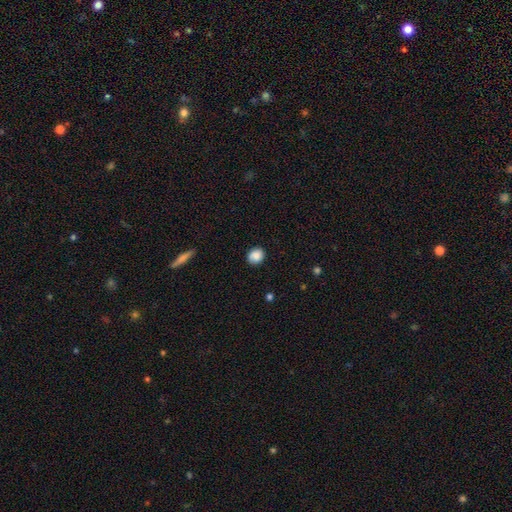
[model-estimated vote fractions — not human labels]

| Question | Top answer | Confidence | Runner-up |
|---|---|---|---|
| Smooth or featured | smooth | 88% | star or artifact (8%) |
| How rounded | round | 73% | in between (26%) |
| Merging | none | 85% | minor disturbance (11%) |